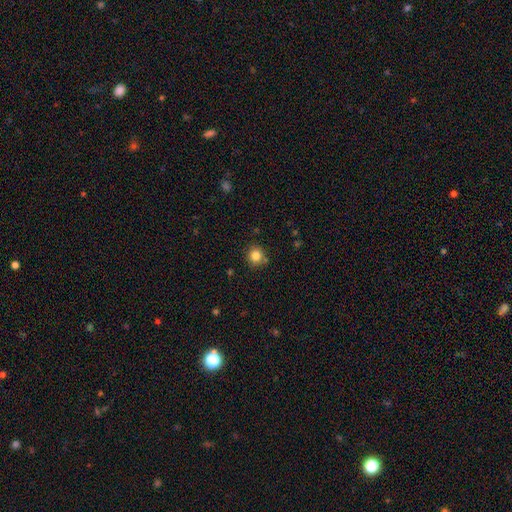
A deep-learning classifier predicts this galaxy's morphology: This appears to be a smooth galaxy with no disk features (83%) that is round (90%). Merging: none (83%).